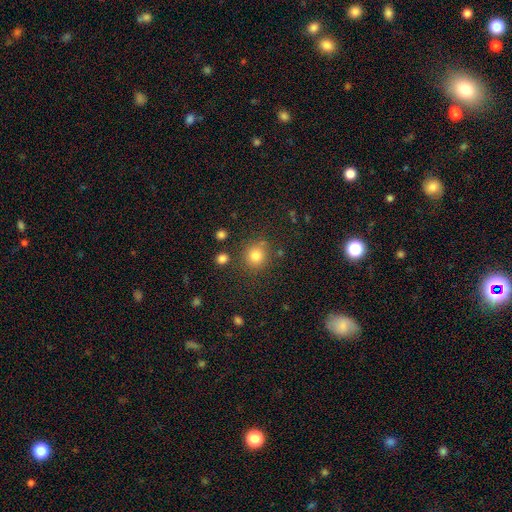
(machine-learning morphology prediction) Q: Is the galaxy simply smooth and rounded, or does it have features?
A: smooth — 80%.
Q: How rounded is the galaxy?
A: round — 89%.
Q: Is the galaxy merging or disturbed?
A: none — 80%.